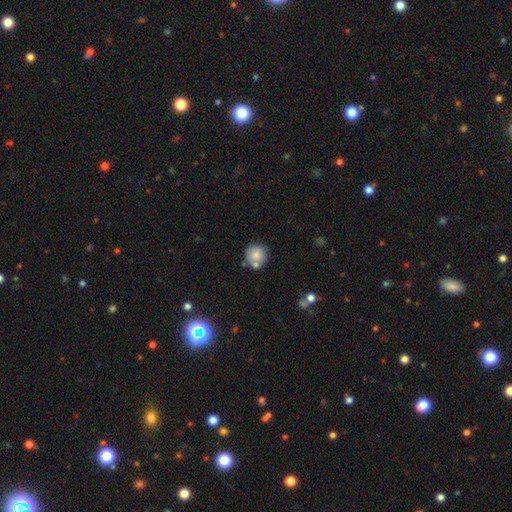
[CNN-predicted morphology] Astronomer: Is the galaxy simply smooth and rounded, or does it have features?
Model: smooth — 78%.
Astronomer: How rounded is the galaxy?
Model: round — 91%.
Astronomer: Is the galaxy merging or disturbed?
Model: none — 64%.